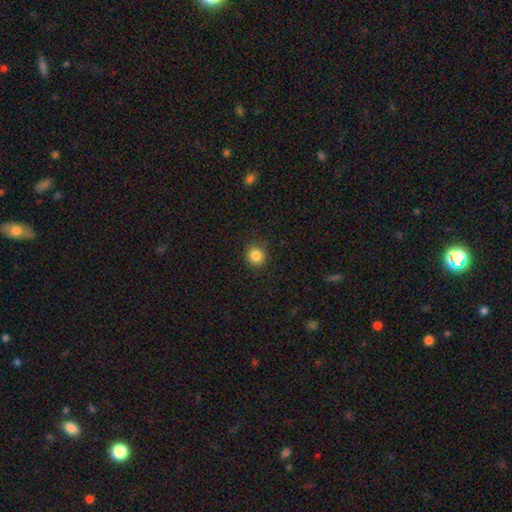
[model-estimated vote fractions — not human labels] smooth 85%, star or artifact 11%, featured or disk 4%. Down the decision tree: how rounded — round (92%); merging — none (89%).